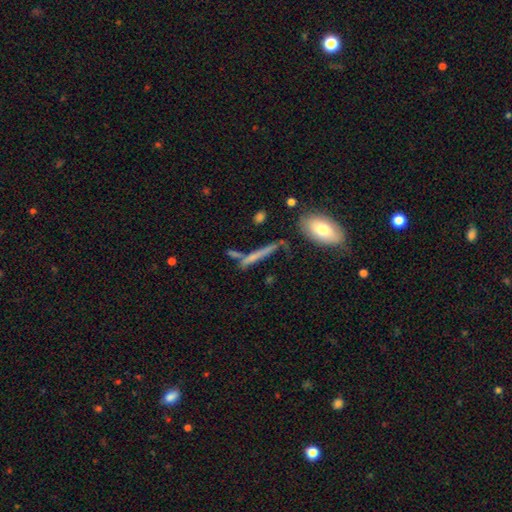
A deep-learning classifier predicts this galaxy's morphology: Smooth or featured? Predicted: smooth (p=0.49). Merging? Predicted: none (p=0.68).